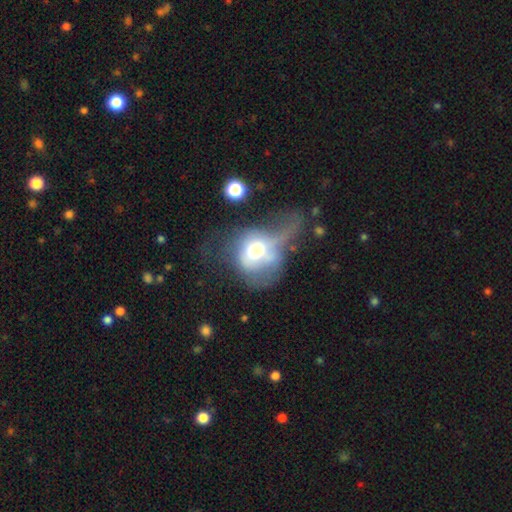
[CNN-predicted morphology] The model was most divided on "smooth or featured": featured or disk: 44%, smooth: 31%, star or artifact: 25%. Remaining: merging — major disturbance (45%).